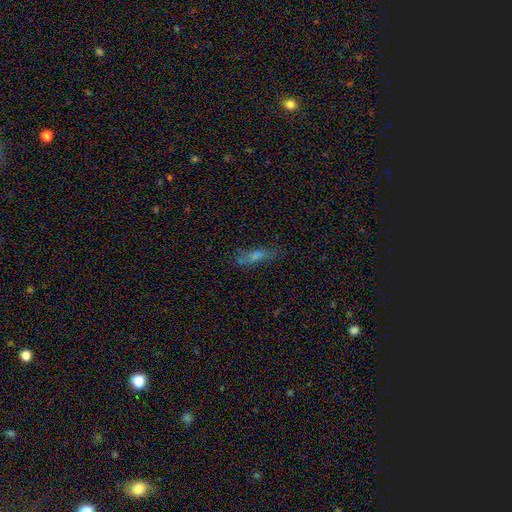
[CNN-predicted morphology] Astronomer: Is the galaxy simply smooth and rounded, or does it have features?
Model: smooth — 46% (runner-up: featured or disk, 35%).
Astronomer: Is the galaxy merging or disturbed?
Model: none — 75%.